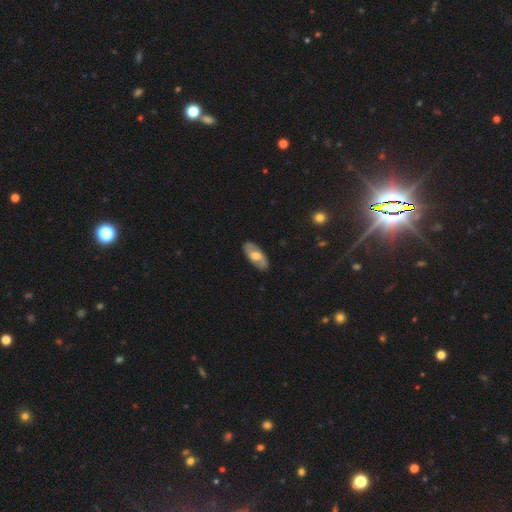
Smooth or featured: smooth — 50% (featured or disk — 45%)
How rounded: in between — 84% (cigar-shaped — 16%)
Merging: none — 92% (minor disturbance — 6%)